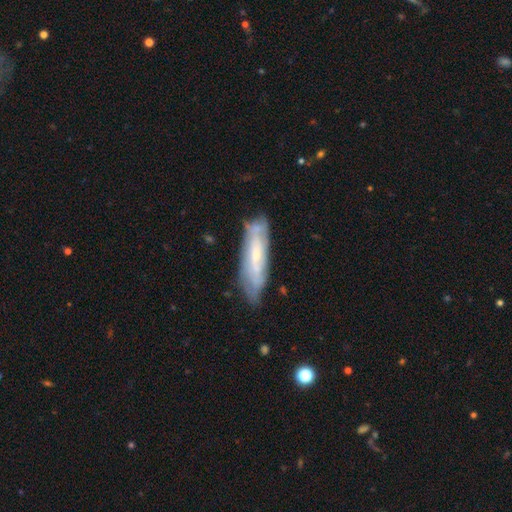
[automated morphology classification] Smooth or featured? Predicted: featured or disk (p=0.59). Edge-on disk? Predicted: no (p=0.64). Merging? Predicted: none (p=0.72).